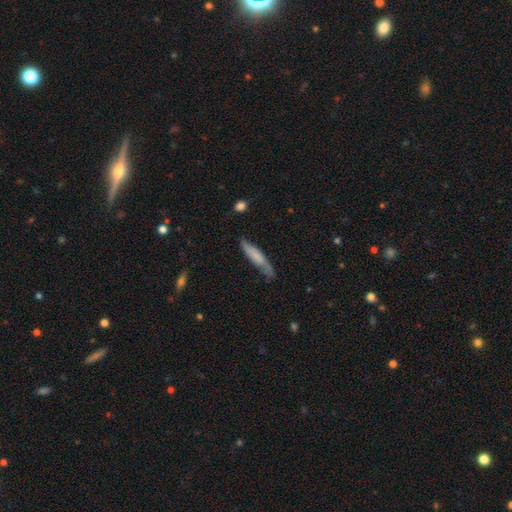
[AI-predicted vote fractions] The model was most divided on "smooth or featured": smooth: 62%, featured or disk: 32%, star or artifact: 6%. More confident: how rounded — cigar-shaped (84%); merging — none (64%).